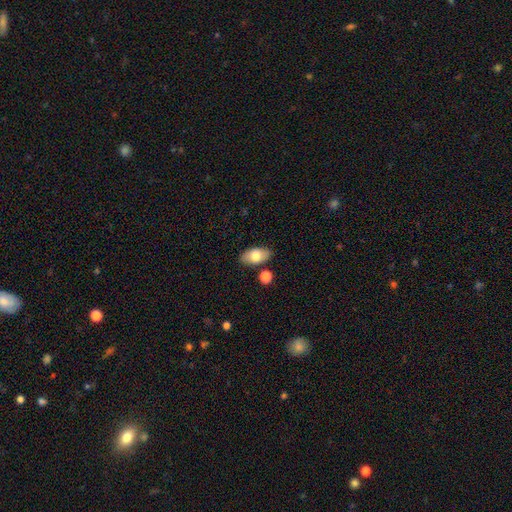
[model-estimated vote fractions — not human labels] This appears to be a smooth galaxy with no disk features (75%) that is in between round and cigar-shaped (92%). Merging: none (82%).